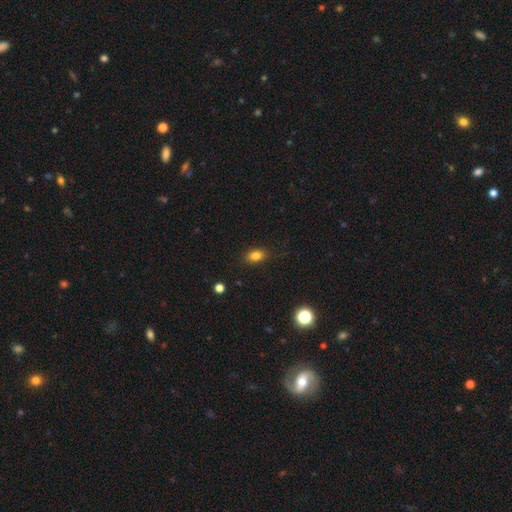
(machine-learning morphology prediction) smooth 82%, star or artifact 11%, featured or disk 7%. Down the decision tree: how rounded — in between (79%); merging — none (86%).